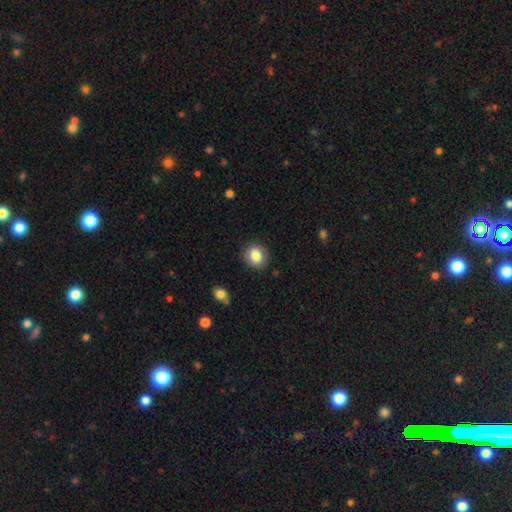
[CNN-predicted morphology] Overall: smooth (85%). How rounded: round (68%; in between 31%). Merging: none (87%).